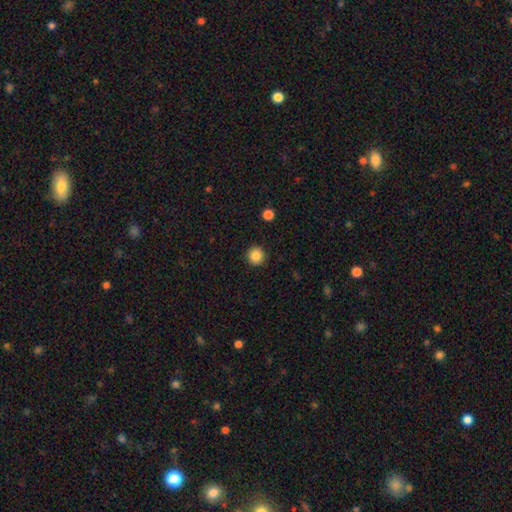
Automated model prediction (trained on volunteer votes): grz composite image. It shows a smooth galaxy with no disk features (86%) that is round (95%). Merging: none (92%).